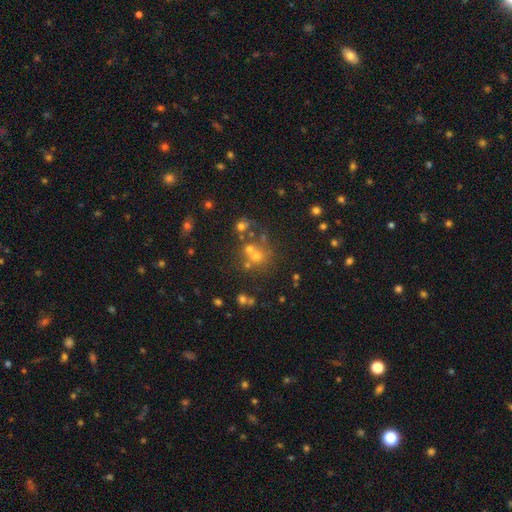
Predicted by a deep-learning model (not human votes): smooth 49%, star or artifact 34%, featured or disk 17%. Down the decision tree: merging — none (54%).